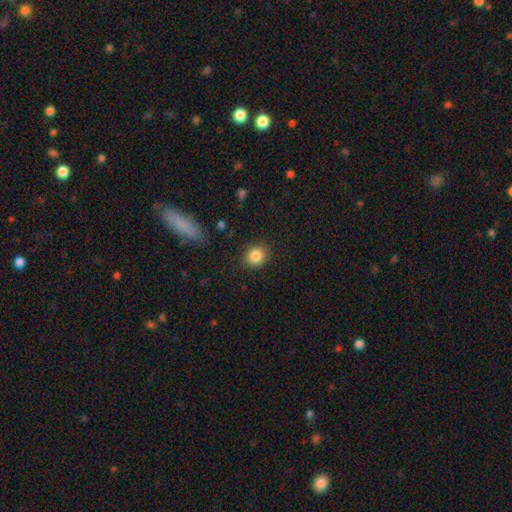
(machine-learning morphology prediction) This is clearly a smooth galaxy (86%). How rounded: clearly round (84%). Merging: clearly none (87%).